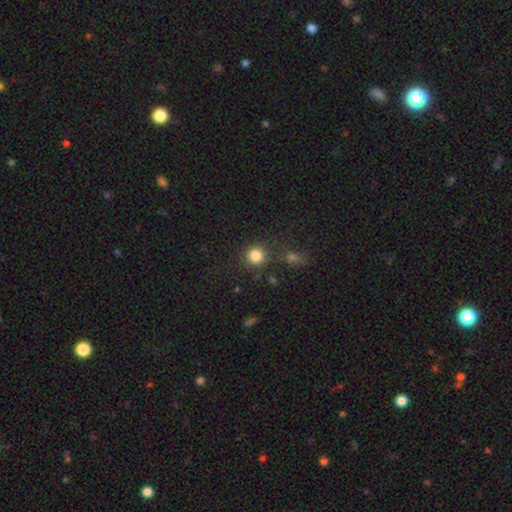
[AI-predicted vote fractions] Morphology: type=smooth (84%); roundness=round (91%); merging=none (79%).